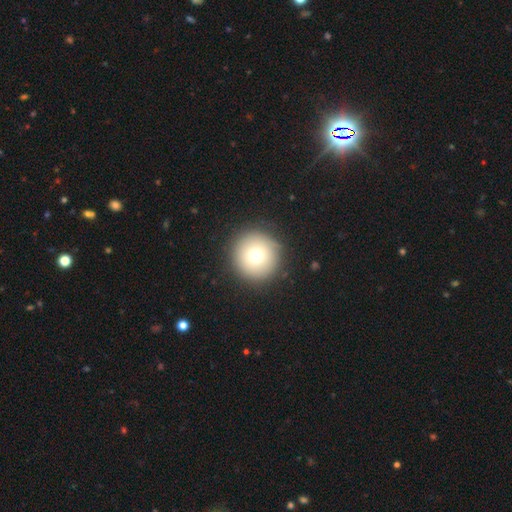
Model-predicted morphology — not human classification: Smooth or featured? Predicted: smooth (p=0.72). How rounded? Predicted: round (p=0.96). Merging? Predicted: none (p=0.89).